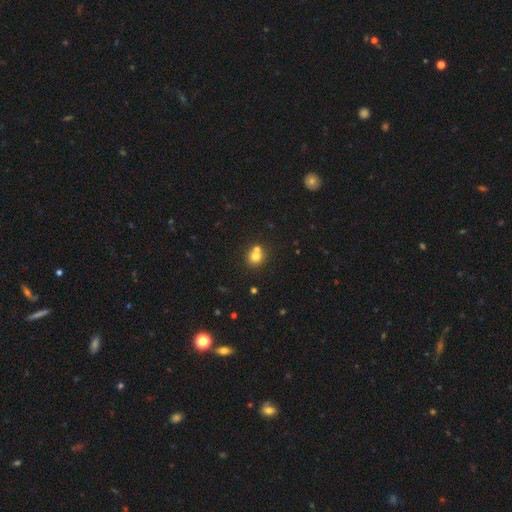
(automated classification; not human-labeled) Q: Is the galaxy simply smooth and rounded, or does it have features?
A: smooth — 71%.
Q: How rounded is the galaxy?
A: round — 81%.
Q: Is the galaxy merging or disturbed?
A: none — 46%.